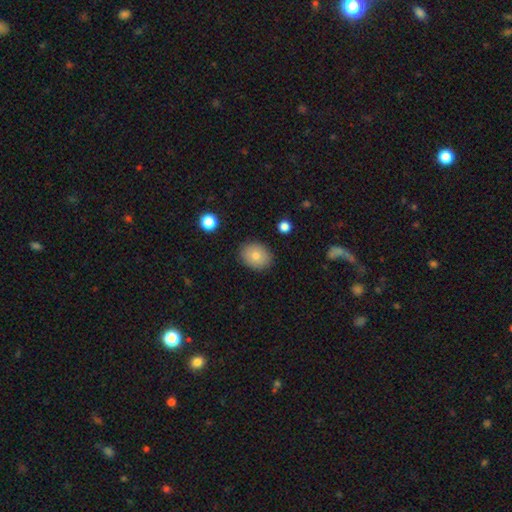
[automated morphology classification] Smooth or featured?
  - smooth: 78% *
  - featured or disk: 13%
  - star or artifact: 10%
How rounded?
  - round: 52% *
  - in between: 48%
  - cigar-shaped: 1%
Merging?
  - none: 87% *
  - minor disturbance: 9%
  - major disturbance: 2%
  - merger: 1%